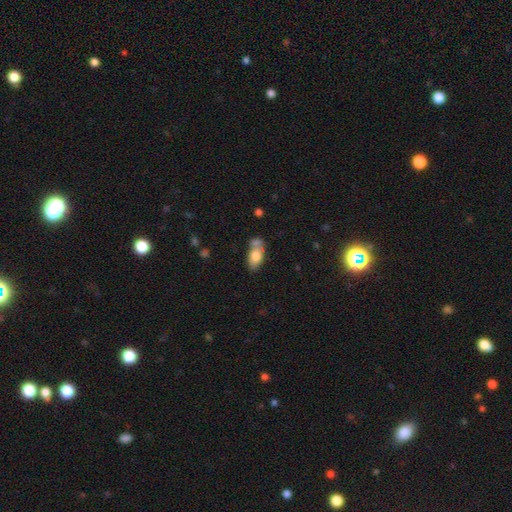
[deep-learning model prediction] This appears to be a smooth galaxy with no disk features (75%) that is in between round and cigar-shaped (90%). Merging: none (44%).